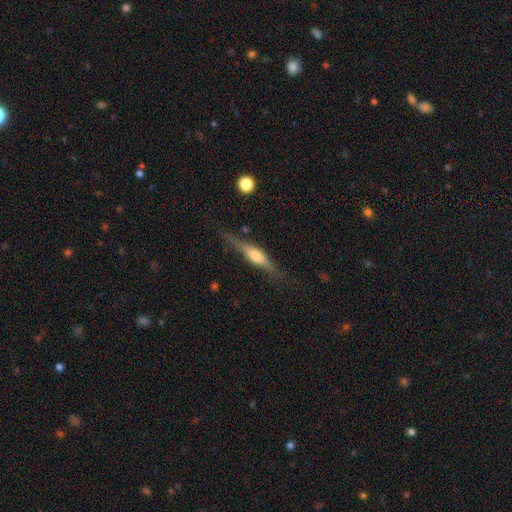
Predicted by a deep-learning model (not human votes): smooth_or_featured: featured or disk (p=0.68) [alt: smooth p=0.26]
disk_edge_on: yes (p=0.96) [alt: no p=0.04]
edge_on_bulge: rounded (p=0.82) [alt: boxy p=0.13]
merging: none (p=0.78) [alt: minor disturbance p=0.16]